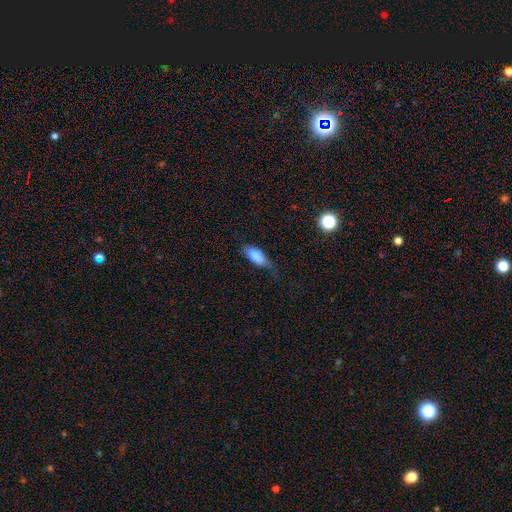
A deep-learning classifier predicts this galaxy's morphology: Q: Smooth or featured?
A: smooth (82%); runner-up: featured or disk (11%)
Q: How rounded?
A: in between (80%); runner-up: cigar-shaped (17%)
Q: Merging?
A: none (55%); runner-up: minor disturbance (32%)